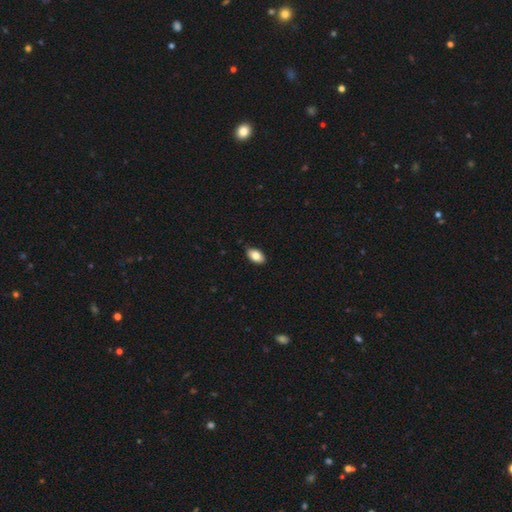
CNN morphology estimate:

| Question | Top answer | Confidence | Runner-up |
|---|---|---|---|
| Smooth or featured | smooth | 83% | featured or disk (10%) |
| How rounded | in between | 93% | round (5%) |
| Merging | none | 87% | minor disturbance (10%) |